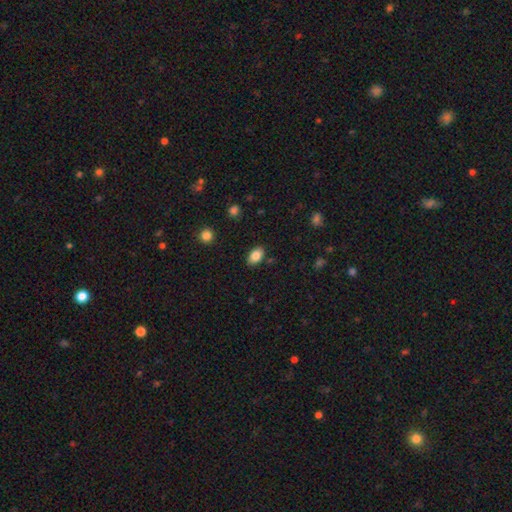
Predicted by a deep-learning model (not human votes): Morphology: type=smooth (85%); roundness=in between (90%); merging=none (87%).